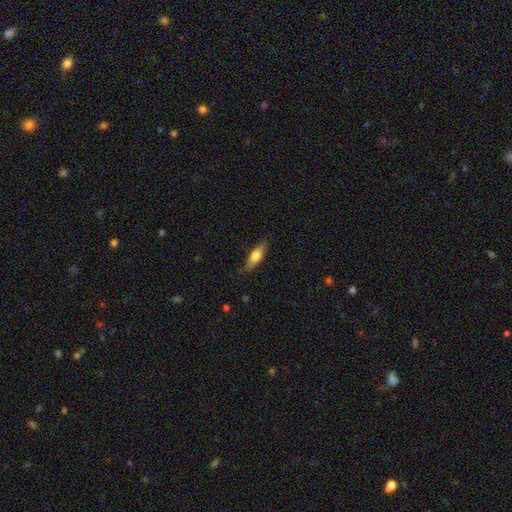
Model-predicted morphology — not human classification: Smooth or featured? smooth (62%)
How rounded? cigar-shaped (51%)
Merging? none (82%)